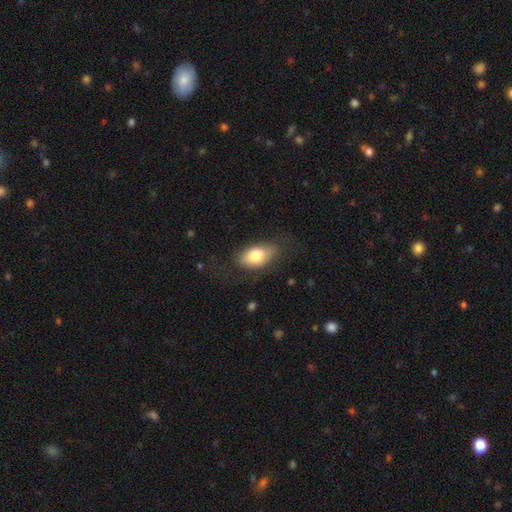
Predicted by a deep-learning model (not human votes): This is likely a smooth galaxy (76%). How rounded: clearly in between (91%). Merging: likely none (71%).